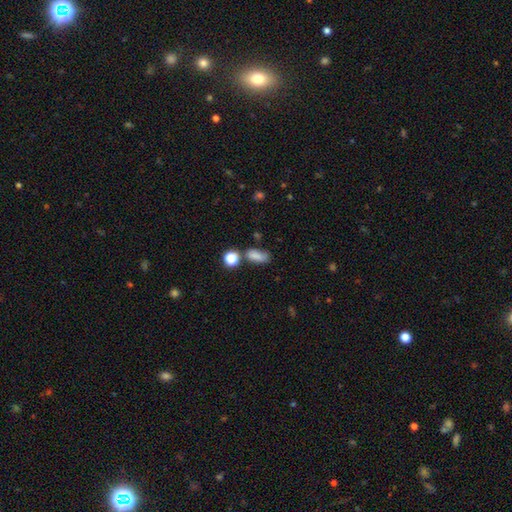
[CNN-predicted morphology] Smooth or featured? Predicted: smooth (p=0.79). How rounded? Predicted: in between (p=0.75). Merging? Predicted: none (p=0.55).